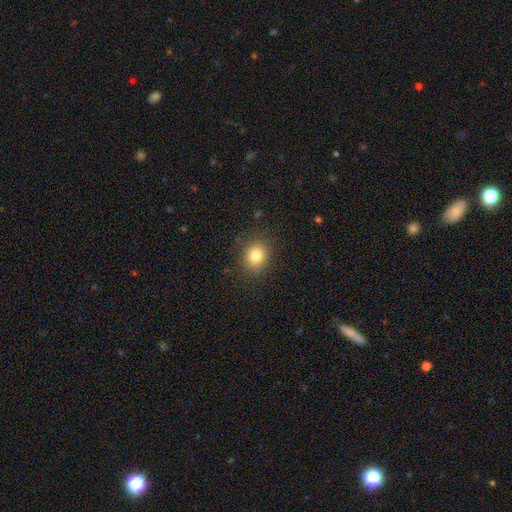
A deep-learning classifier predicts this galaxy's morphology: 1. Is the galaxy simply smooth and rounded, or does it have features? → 81% smooth, 12% star or artifact, 7% featured or disk.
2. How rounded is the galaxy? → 69% round, 30% in between, 1% cigar-shaped.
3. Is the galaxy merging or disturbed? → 86% none, 10% minor disturbance, 3% major disturbance, 1% merger.